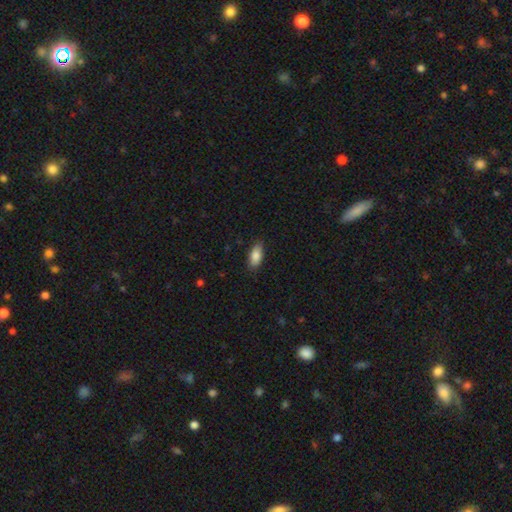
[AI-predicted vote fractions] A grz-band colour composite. It shows a smooth galaxy with no disk features (86%) that is in between round and cigar-shaped (89%). Merging: none (84%).